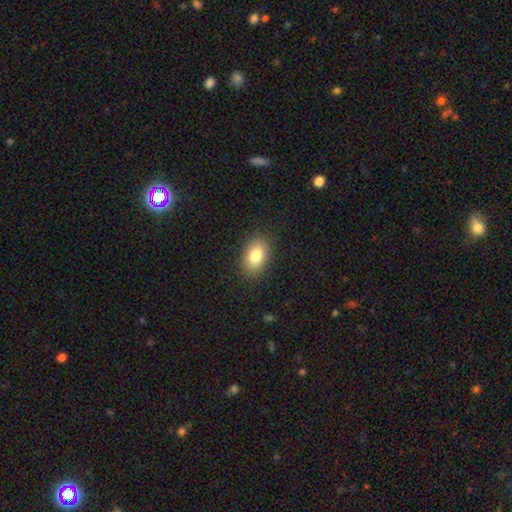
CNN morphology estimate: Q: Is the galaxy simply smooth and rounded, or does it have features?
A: smooth — 82%.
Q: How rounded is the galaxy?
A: in between — 83%.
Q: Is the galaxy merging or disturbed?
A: none — 88%.